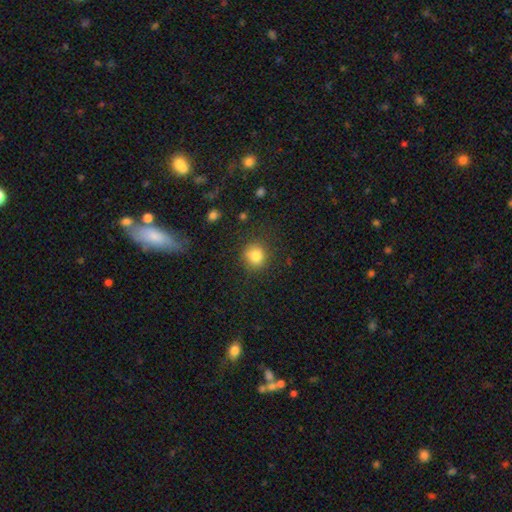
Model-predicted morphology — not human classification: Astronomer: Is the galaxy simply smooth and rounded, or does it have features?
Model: smooth — 83%.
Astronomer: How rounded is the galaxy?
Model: round — 84%.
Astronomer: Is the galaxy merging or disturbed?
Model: none — 83%.